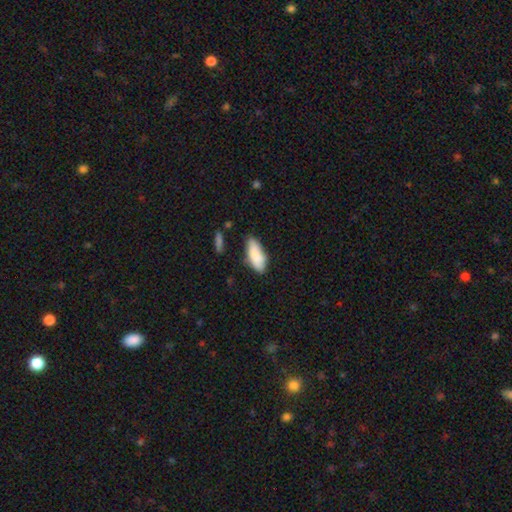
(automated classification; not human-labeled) smooth_or_featured: smooth (p=0.84) [alt: featured or disk p=0.10]
how_rounded: in between (p=0.77) [alt: cigar-shaped p=0.21]
merging: none (p=0.70) [alt: minor disturbance p=0.22]